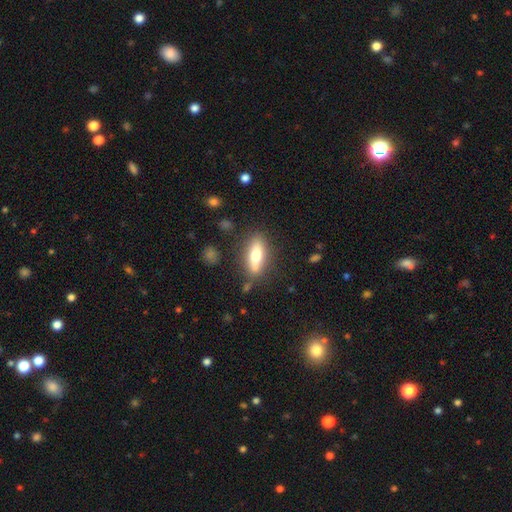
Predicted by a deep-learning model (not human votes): The model was most divided on "how rounded": in between: 59%, cigar-shaped: 38%, round: 3%. More confident: merging — none (78%); smooth or featured — smooth (63%).